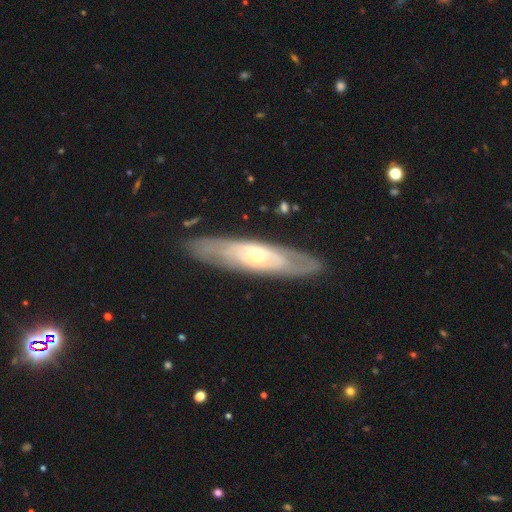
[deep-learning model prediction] A featured or disk galaxy (74%).

Vote fractions:
- Smooth or featured? featured or disk: 74% / smooth: 20% / star or artifact: 6%
- Edge-on disk? no: 67% / yes: 33%
- Merging? none: 84% / minor disturbance: 11% / major disturbance: 3% / merger: 1%